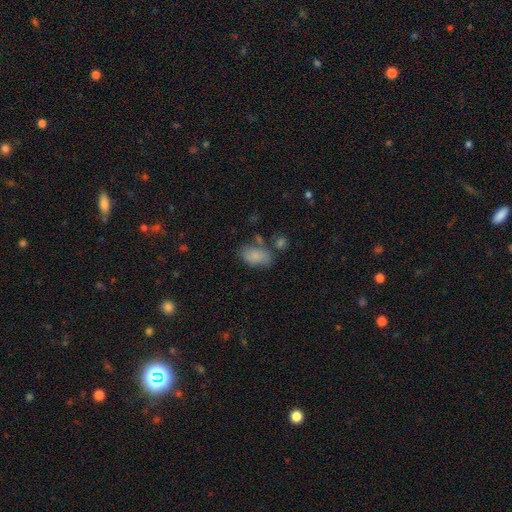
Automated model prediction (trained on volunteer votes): smooth 82%, featured or disk 10%, star or artifact 8%. Down the decision tree: how rounded — in between (91%); merging — none (57%).